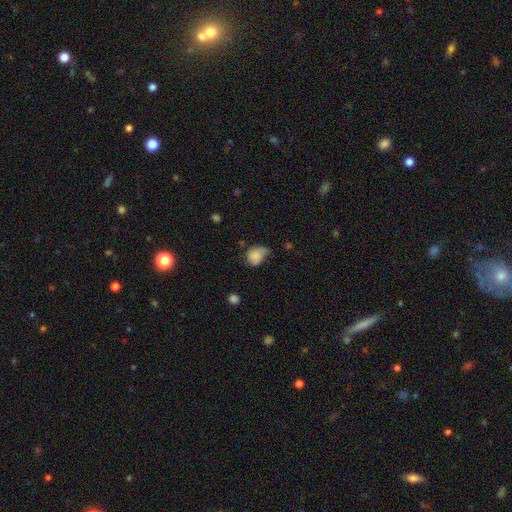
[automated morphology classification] A smooth galaxy with no disk features (70%) that is in between round and cigar-shaped (51%).

Vote fractions:
- Smooth or featured? smooth: 70% / featured or disk: 21% / star or artifact: 9%
- How rounded? in between: 51% / round: 48% / cigar-shaped: 1%
- Merging? minor disturbance: 40% / none: 32% / major disturbance: 23% / merger: 5%